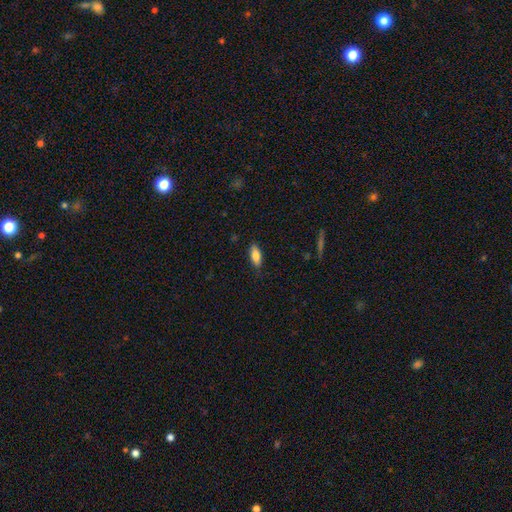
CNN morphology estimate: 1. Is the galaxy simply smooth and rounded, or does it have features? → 81% smooth, 12% featured or disk, 7% star or artifact.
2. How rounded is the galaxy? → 77% in between, 21% cigar-shaped, 2% round.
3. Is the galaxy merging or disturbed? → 83% none, 14% minor disturbance, 2% major disturbance, 1% merger.